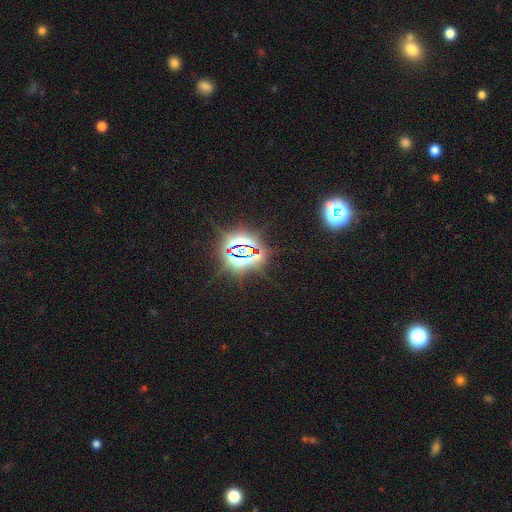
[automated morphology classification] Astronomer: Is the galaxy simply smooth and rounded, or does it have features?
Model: star or artifact — 82%.